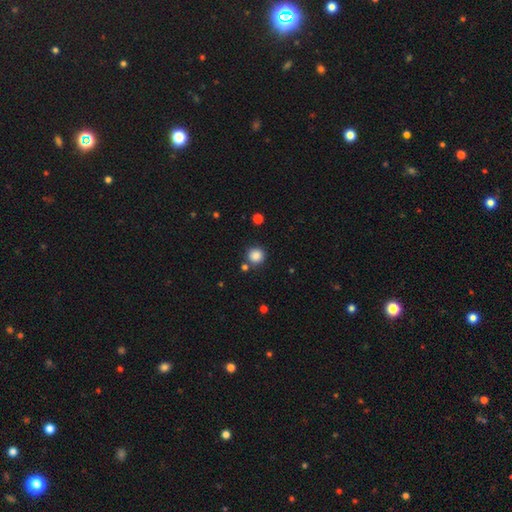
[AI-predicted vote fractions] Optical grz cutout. It shows a smooth galaxy with no disk features (86%) that is round (94%). Merging: none (82%).